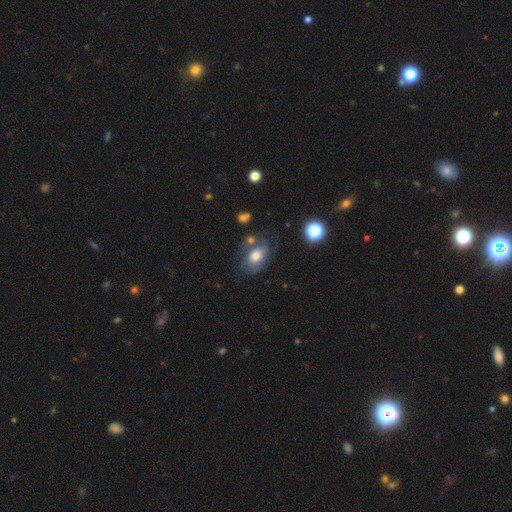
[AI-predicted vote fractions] Morphology: type=featured or disk (47%); merging=none (50%).